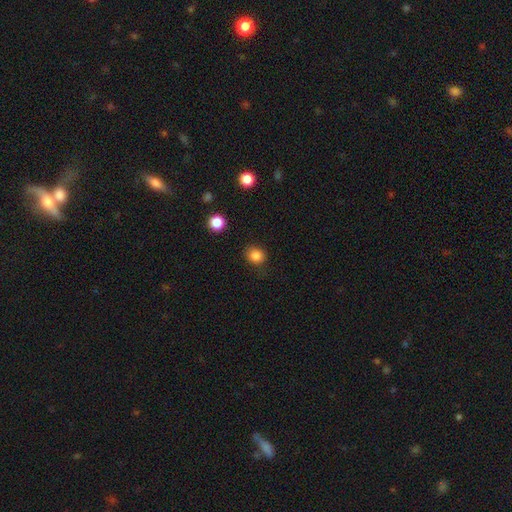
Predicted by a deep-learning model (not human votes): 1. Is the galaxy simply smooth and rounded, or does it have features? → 84% smooth, 12% star or artifact, 4% featured or disk.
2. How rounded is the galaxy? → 77% round, 22% in between, 1% cigar-shaped.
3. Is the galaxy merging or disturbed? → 84% none, 12% minor disturbance, 3% major disturbance, 1% merger.